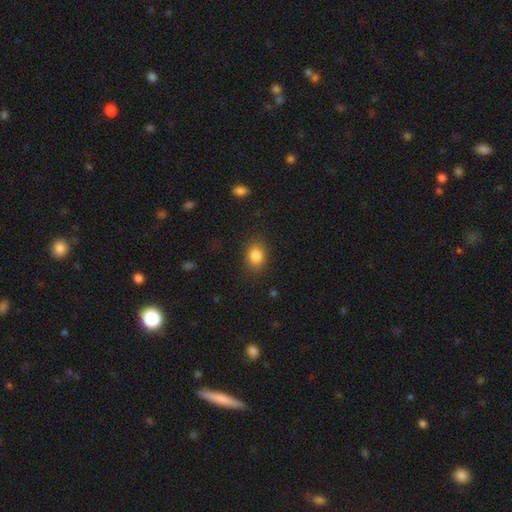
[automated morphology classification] Q: Smooth or featured?
A: smooth (84%); runner-up: star or artifact (10%)
Q: How rounded?
A: in between (59%); runner-up: round (40%)
Q: Merging?
A: none (85%); runner-up: minor disturbance (10%)